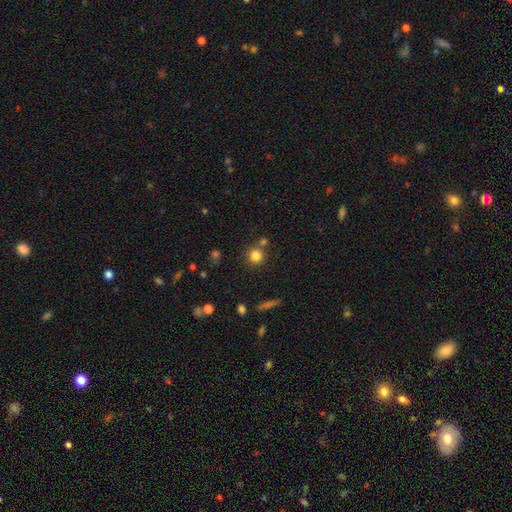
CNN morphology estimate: The model was most divided on "merging": none: 73%, merger: 15%, minor disturbance: 9%, major disturbance: 3%. More confident: how rounded — round (91%); smooth or featured — smooth (81%).